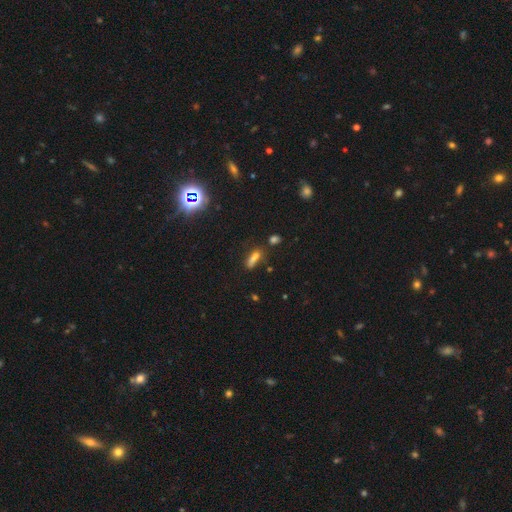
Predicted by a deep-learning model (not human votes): Smooth or featured?
  - smooth: 52% *
  - star or artifact: 33%
  - featured or disk: 15%
How rounded?
  - cigar-shaped: 54% *
  - in between: 37%
  - round: 9%
Merging?
  - none: 71% *
  - minor disturbance: 15%
  - merger: 9%
  - major disturbance: 6%